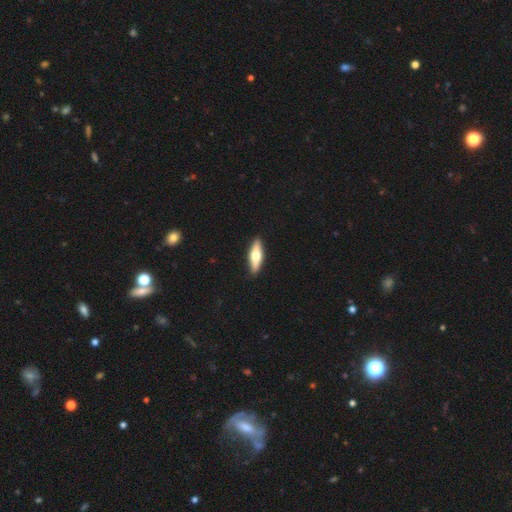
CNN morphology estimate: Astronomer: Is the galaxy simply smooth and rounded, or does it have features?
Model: smooth — 50% (runner-up: featured or disk, 45%).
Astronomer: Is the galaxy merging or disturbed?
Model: none — 91%.